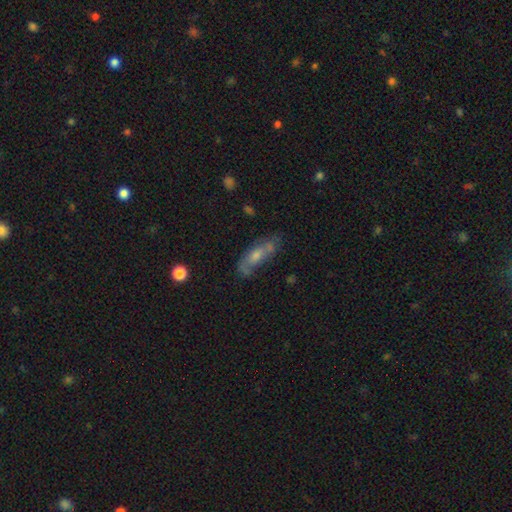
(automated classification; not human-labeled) This is possibly a smooth galaxy (46%). Merging: possibly none (55%).